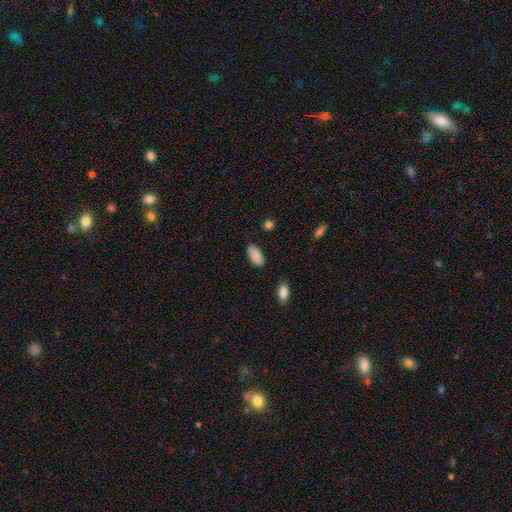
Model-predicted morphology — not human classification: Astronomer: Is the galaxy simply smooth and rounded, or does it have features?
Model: smooth — 86%.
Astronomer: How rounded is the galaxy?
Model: in between — 90%.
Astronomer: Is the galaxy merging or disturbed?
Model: none — 80%.